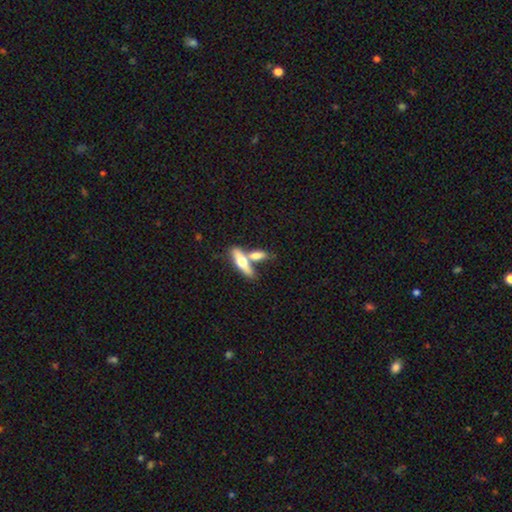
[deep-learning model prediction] smooth 57%, featured or disk 38%, star or artifact 6%. Down the decision tree: how rounded — cigar-shaped (49%); merging — merger (47%).